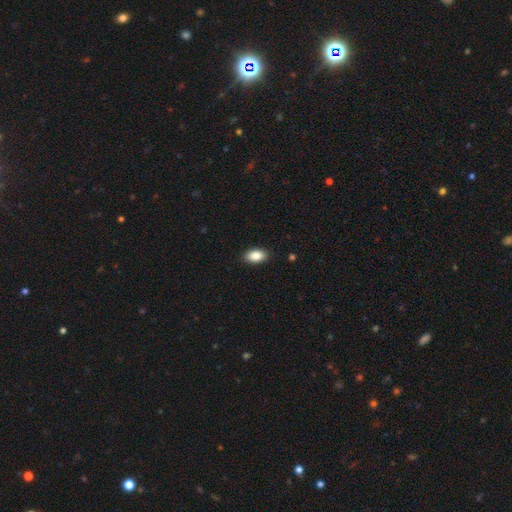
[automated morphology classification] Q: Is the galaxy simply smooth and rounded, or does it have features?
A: smooth — 88%.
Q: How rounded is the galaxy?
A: in between — 93%.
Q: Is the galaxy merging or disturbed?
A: none — 89%.